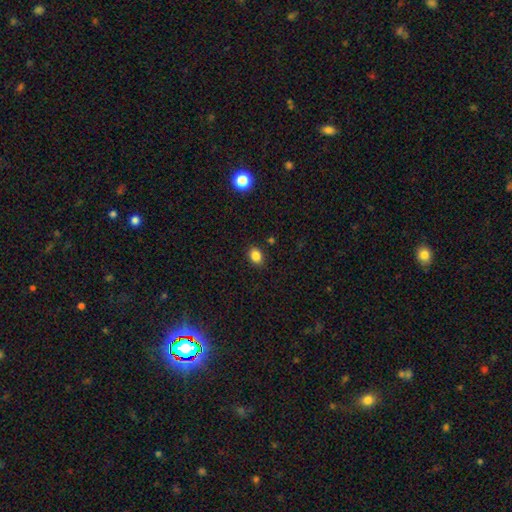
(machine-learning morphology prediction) Smooth or featured? Predicted: smooth (p=0.85). How rounded? Predicted: in between (p=0.62). Merging? Predicted: none (p=0.87).